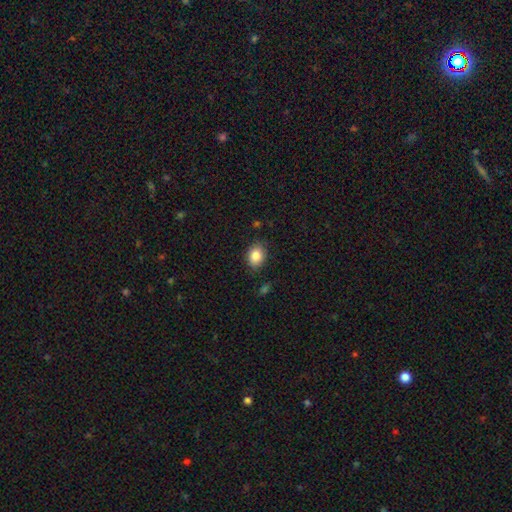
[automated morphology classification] A smooth galaxy with no disk features (86%) that is in between round and cigar-shaped (63%).

Vote fractions:
- Smooth or featured? smooth: 86% / star or artifact: 9% / featured or disk: 6%
- How rounded? in between: 63% / round: 36% / cigar-shaped: 1%
- Merging? none: 83% / minor disturbance: 13% / major disturbance: 3% / merger: 2%